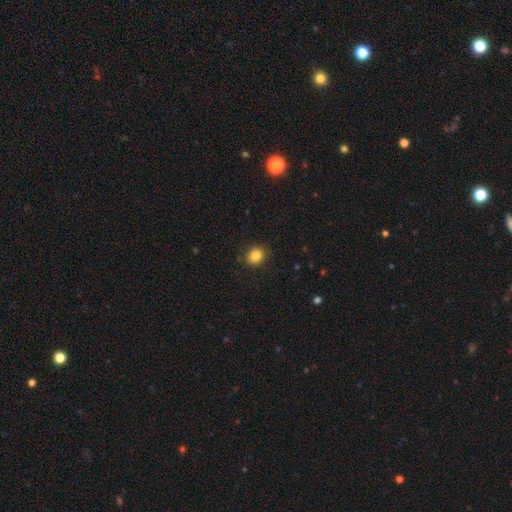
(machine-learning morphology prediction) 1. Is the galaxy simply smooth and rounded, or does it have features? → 84% smooth, 10% star or artifact, 5% featured or disk.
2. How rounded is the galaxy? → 74% round, 25% in between, 1% cigar-shaped.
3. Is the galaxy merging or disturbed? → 88% none, 9% minor disturbance, 2% major disturbance, 1% merger.